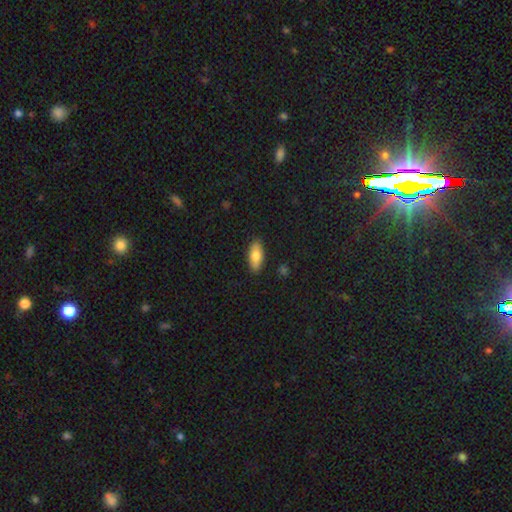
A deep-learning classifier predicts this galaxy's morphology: This appears to be a smooth galaxy with no disk features (77%) that is in between round and cigar-shaped (81%). Merging: none (88%).